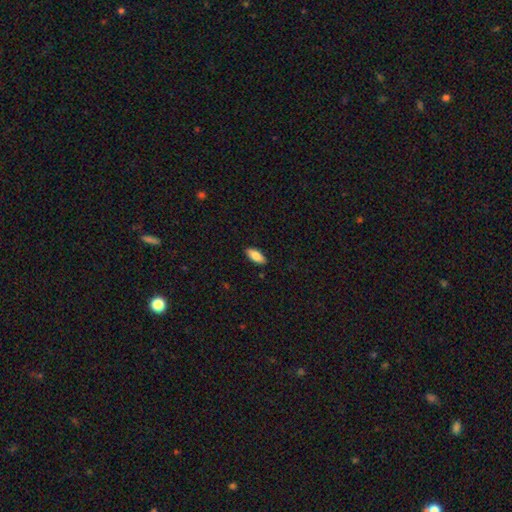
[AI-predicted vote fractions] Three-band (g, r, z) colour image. It shows a smooth galaxy with no disk features (84%) that is in between round and cigar-shaped (85%). Merging: none (89%).